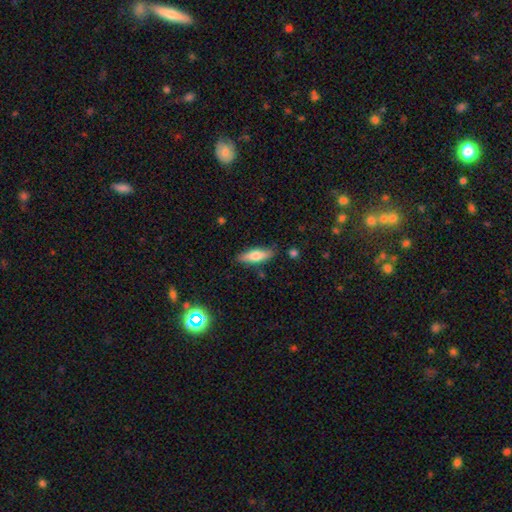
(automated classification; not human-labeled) Morphology: type=smooth (65%); roundness=cigar-shaped (50%); merging=none (83%).